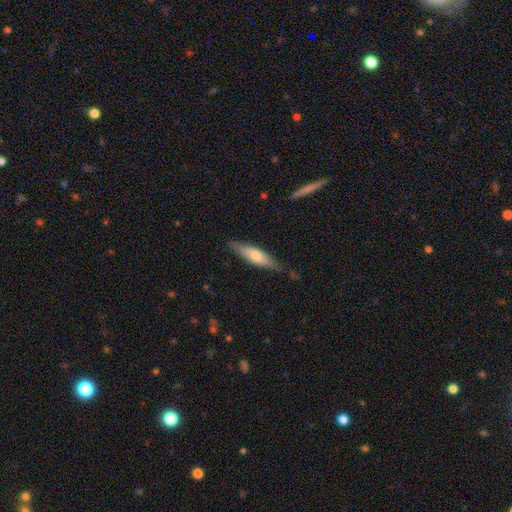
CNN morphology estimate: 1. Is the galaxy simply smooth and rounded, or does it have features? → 62% smooth, 33% featured or disk, 6% star or artifact.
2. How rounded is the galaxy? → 66% cigar-shaped, 32% in between, 2% round.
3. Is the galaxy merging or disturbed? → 79% none, 17% minor disturbance, 3% major disturbance, 1% merger.